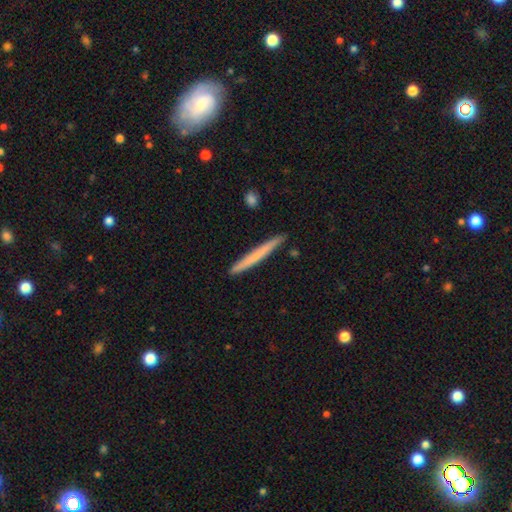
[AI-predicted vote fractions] Smooth or featured? Predicted: smooth (p=0.64). How rounded? Predicted: cigar-shaped (p=0.97). Merging? Predicted: none (p=0.91).